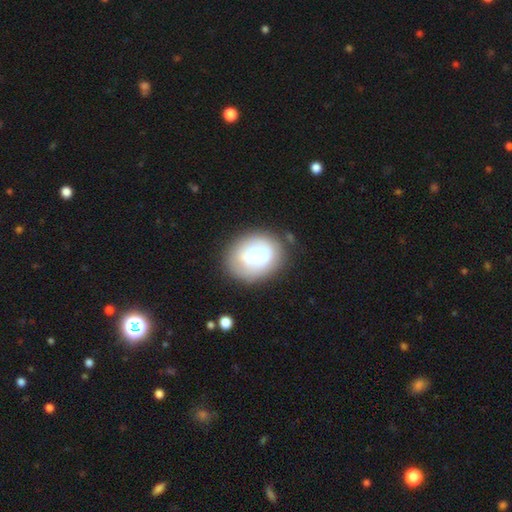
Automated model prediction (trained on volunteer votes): This is possibly a smooth galaxy (56%). How rounded: possibly round (51%). Merging: likely none (63%).